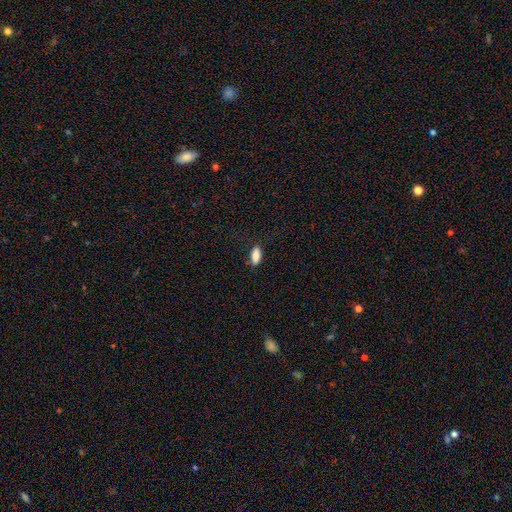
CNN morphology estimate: Overall: smooth (84%). How rounded: in between (81%). Merging: none (81%).